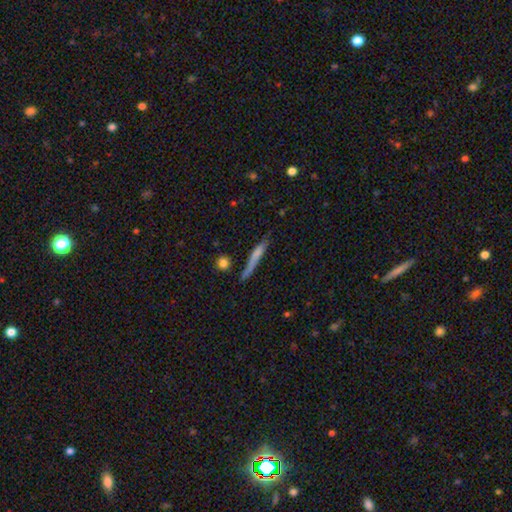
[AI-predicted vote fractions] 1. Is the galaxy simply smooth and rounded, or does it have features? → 60% smooth, 32% featured or disk, 7% star or artifact.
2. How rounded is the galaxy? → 93% cigar-shaped, 5% in between, 2% round.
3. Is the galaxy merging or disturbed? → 69% none, 20% minor disturbance, 6% major disturbance, 5% merger.